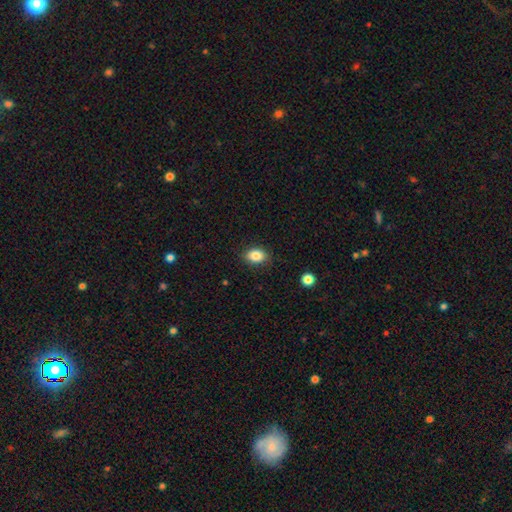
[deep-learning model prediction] Morphology: type=smooth (84%); roundness=in between (69%); merging=none (85%).